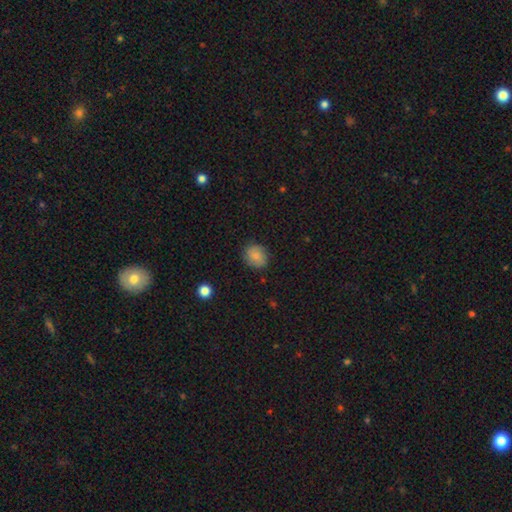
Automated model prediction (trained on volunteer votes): The model was most divided on "how rounded": round: 66%, in between: 33%, cigar-shaped: 1%. More confident: merging — none (83%); smooth or featured — smooth (81%).